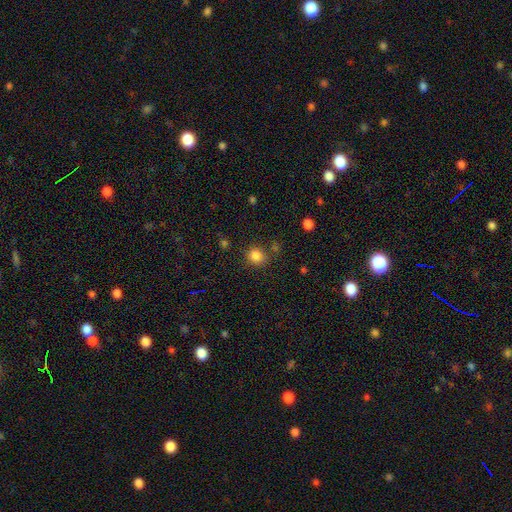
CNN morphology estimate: type=smooth (83%); roundness=round (79%); merging=none (75%).